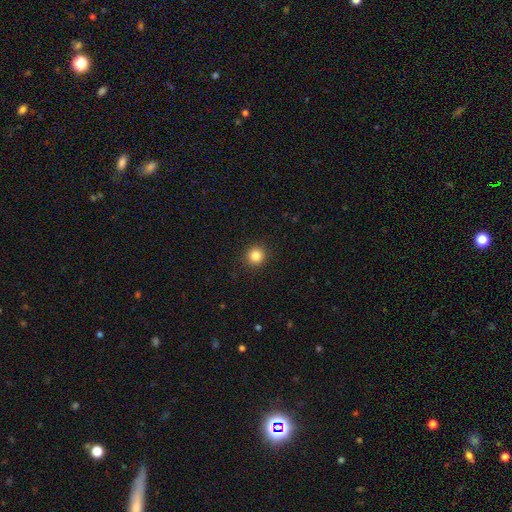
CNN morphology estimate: Smooth or featured? smooth (84%)
How rounded? round (94%)
Merging? none (92%)